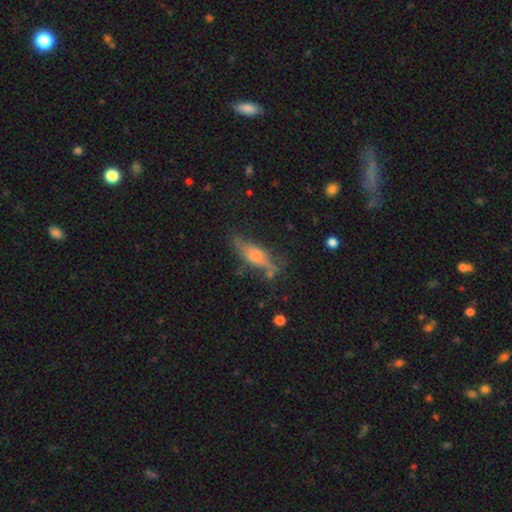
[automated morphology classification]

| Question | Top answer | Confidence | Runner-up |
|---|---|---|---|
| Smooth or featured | smooth | 46% | featured or disk (44%) |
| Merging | none | 55% | minor disturbance (26%) |